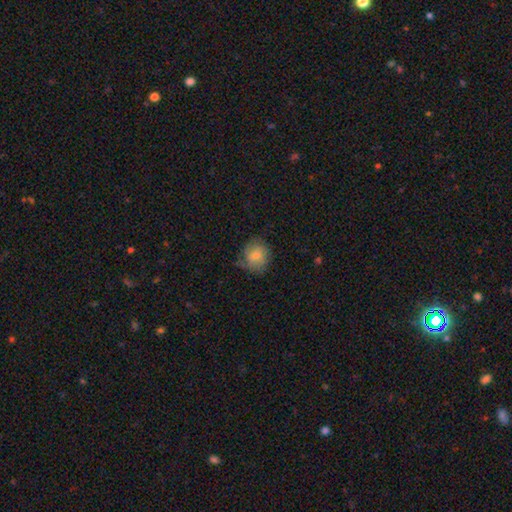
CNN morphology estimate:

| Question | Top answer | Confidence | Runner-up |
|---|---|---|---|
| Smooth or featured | smooth | 72% | featured or disk (20%) |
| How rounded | round | 81% | in between (18%) |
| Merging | none | 64% | minor disturbance (25%) |